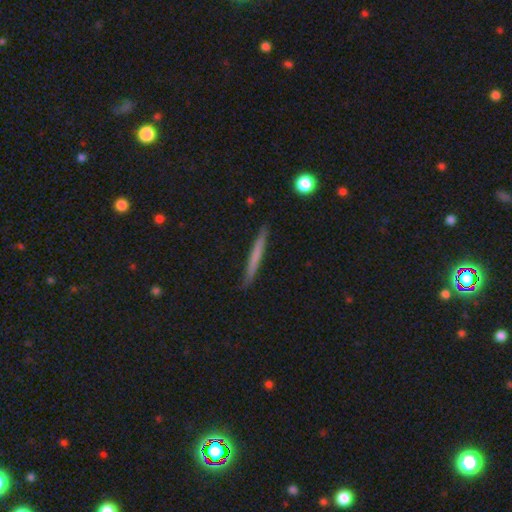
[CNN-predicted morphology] This appears to be a smooth galaxy with no disk features (59%) that is cigar-shaped (96%). Merging: none (89%).